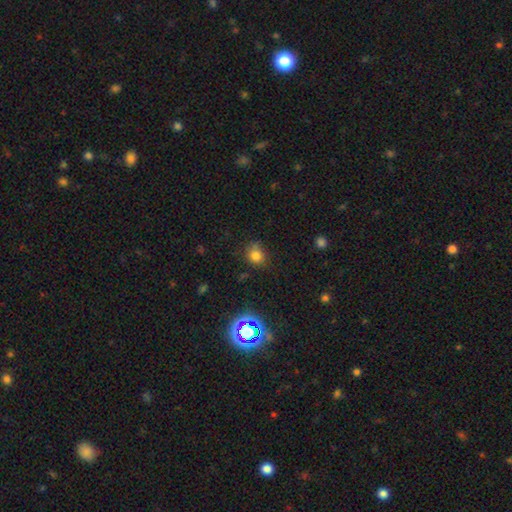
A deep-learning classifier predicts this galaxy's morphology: Overall: smooth (77%). How rounded: round (72%). Merging: none (71%).